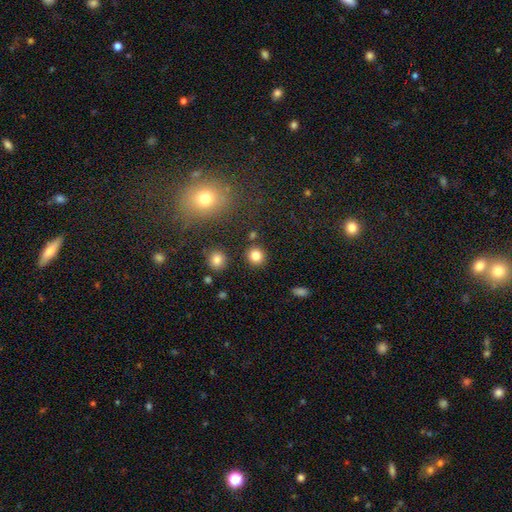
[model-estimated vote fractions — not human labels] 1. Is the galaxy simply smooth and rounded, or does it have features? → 83% smooth, 12% star or artifact, 6% featured or disk.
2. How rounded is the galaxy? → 89% round, 10% in between, 1% cigar-shaped.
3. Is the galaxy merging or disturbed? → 88% none, 6% minor disturbance, 4% merger, 2% major disturbance.